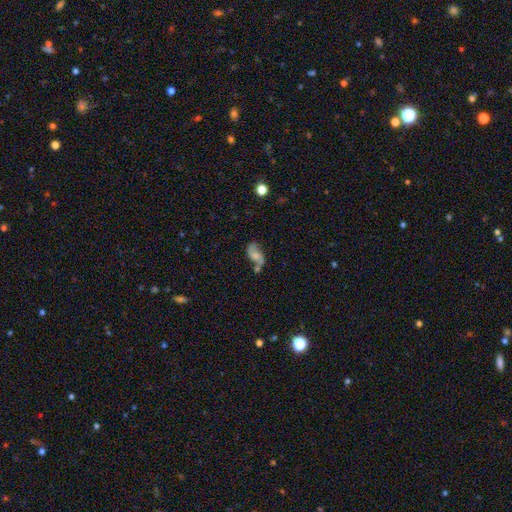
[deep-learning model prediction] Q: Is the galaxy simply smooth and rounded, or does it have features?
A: featured or disk — 68%.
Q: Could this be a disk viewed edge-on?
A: no — 96%.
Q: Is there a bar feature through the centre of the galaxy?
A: no — 58%.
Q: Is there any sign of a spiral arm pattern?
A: yes — 89%.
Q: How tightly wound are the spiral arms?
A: loose — 68%.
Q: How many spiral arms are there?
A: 2 — 88%.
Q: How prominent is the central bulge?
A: moderate — 39%.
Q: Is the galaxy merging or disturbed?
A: none — 50%.